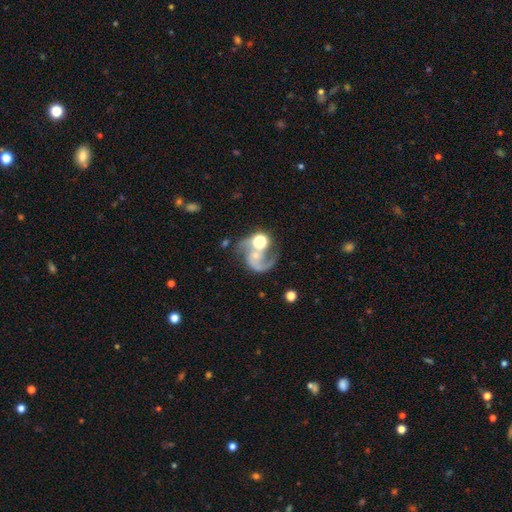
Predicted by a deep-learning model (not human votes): A featured or disk galaxy (78%) with no bar (64%), 2 (63%) loose (49%) spiral arms (93%) and a small central bulge (44%). Merging: none (35%).